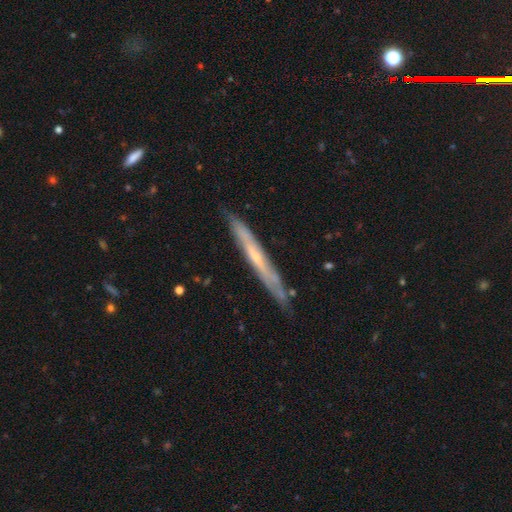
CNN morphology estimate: Smooth or featured? Predicted: featured or disk (p=0.64). Edge-on disk? Predicted: yes (p=0.89). Edge-on bulge? Predicted: none (p=0.61). Merging? Predicted: none (p=0.82).